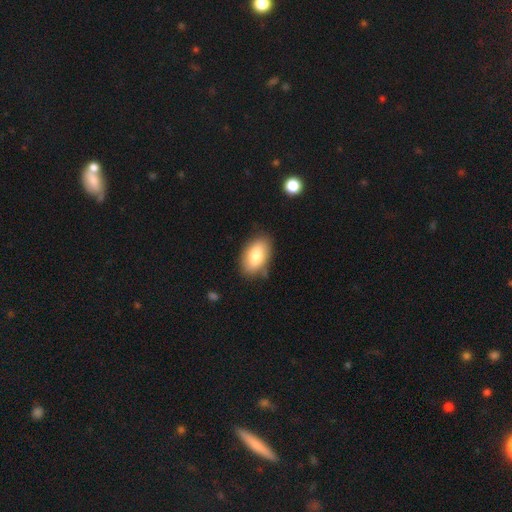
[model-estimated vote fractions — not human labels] Q: Smooth or featured?
A: smooth (80%); runner-up: featured or disk (14%)
Q: How rounded?
A: in between (93%); runner-up: round (5%)
Q: Merging?
A: none (79%); runner-up: minor disturbance (16%)